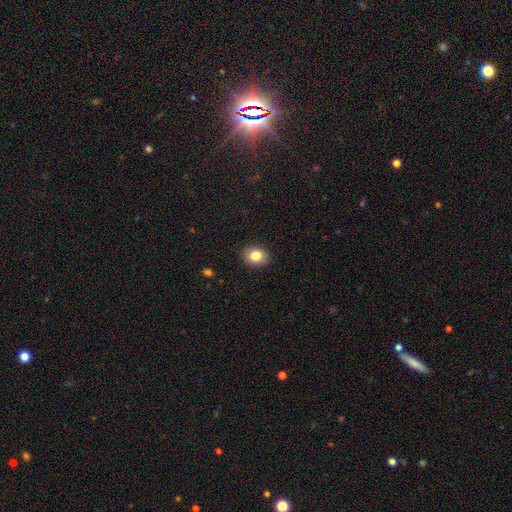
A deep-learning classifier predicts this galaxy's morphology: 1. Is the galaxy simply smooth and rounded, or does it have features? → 83% smooth, 9% star or artifact, 8% featured or disk.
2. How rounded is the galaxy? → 51% in between, 48% round, 1% cigar-shaped.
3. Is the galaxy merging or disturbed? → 89% none, 8% minor disturbance, 2% major disturbance, 1% merger.